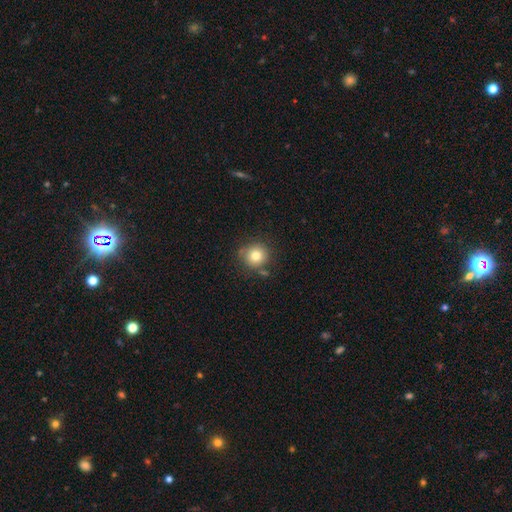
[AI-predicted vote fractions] A smooth galaxy with no disk features (79%) that is round (91%).

Vote fractions:
- Smooth or featured? smooth: 79% / star or artifact: 11% / featured or disk: 10%
- How rounded? round: 91% / in between: 8% / cigar-shaped: 1%
- Merging? none: 77% / minor disturbance: 13% / merger: 6% / major disturbance: 4%